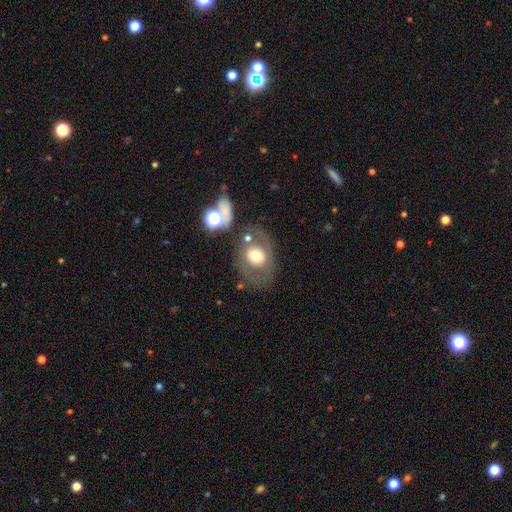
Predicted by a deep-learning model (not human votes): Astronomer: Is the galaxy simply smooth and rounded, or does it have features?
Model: smooth — 47% (runner-up: featured or disk, 43%).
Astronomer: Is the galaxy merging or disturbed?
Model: none — 65%.